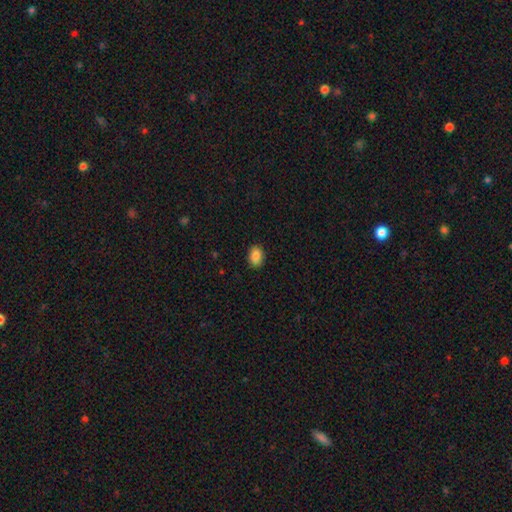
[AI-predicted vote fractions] Q: Smooth or featured?
A: smooth (88%); runner-up: star or artifact (8%)
Q: How rounded?
A: in between (79%); runner-up: round (20%)
Q: Merging?
A: none (89%); runner-up: minor disturbance (8%)